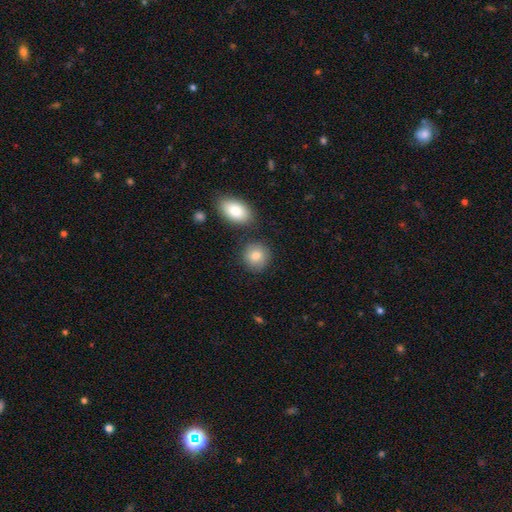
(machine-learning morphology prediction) Smooth or featured? Predicted: smooth (p=0.83). How rounded? Predicted: round (p=0.82). Merging? Predicted: none (p=0.80).